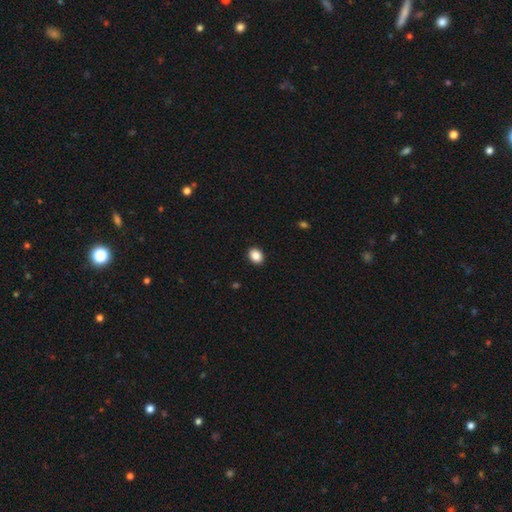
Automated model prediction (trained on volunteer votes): This is clearly a smooth galaxy (88%). How rounded: possibly in between (53%). Merging: clearly none (92%).